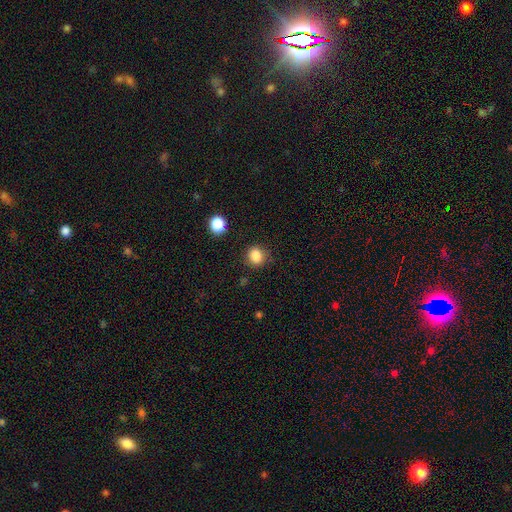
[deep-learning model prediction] Q: Smooth or featured?
A: smooth (85%); runner-up: star or artifact (11%)
Q: How rounded?
A: round (65%); runner-up: in between (34%)
Q: Merging?
A: none (82%); runner-up: minor disturbance (12%)